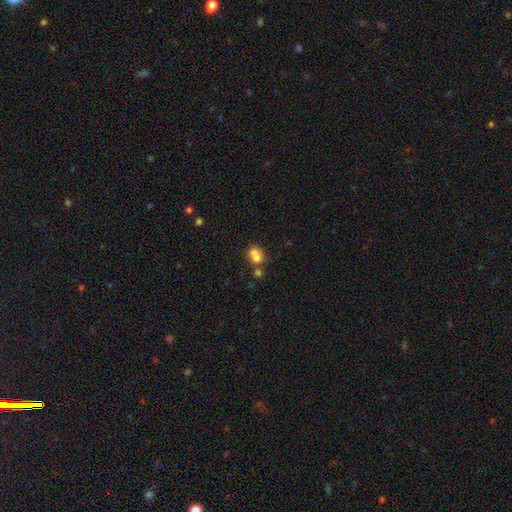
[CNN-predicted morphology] A smooth galaxy with no disk features (69%) that is round (63%). Merging: merger (61%).